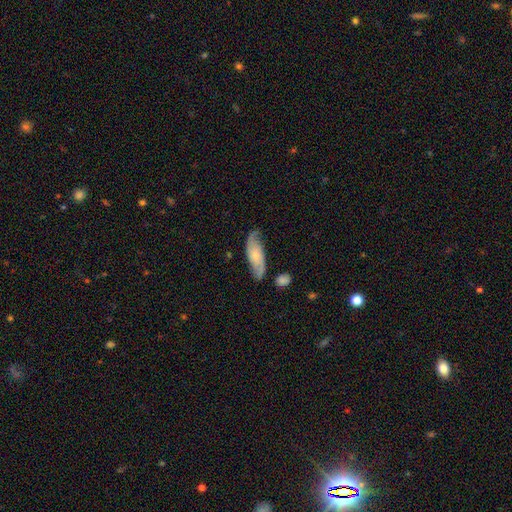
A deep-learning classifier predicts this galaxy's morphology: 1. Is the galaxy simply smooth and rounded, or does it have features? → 64% featured or disk, 30% smooth, 6% star or artifact.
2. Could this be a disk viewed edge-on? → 88% no, 12% yes.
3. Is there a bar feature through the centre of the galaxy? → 72% no, 23% weak, 5% strong.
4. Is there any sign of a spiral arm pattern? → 91% yes, 9% no.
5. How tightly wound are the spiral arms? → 42% loose, 38% medium, 20% tight.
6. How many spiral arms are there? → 84% 2, 10% can't tell, 2% 1, 2% 3, 1% 4, 1% more than 4.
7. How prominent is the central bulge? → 65% small, 26% moderate, 5% none, 2% large, 1% dominant.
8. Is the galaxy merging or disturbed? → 69% none, 21% minor disturbance, 7% major disturbance, 4% merger.